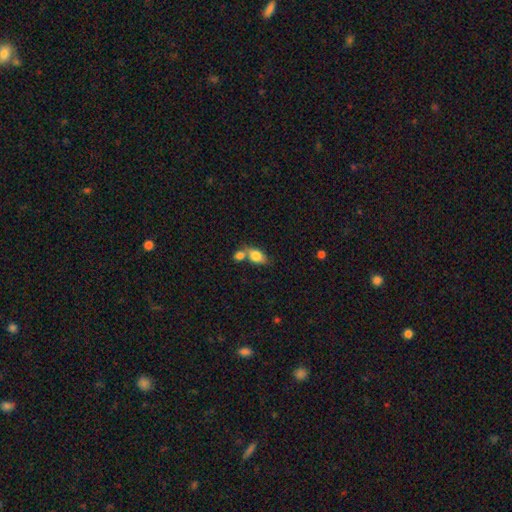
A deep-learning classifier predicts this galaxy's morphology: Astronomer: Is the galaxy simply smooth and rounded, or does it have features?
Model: smooth — 81%.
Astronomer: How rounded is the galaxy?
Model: in between — 82%.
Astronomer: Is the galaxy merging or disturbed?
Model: merger — 47% (runner-up: none, 38%).